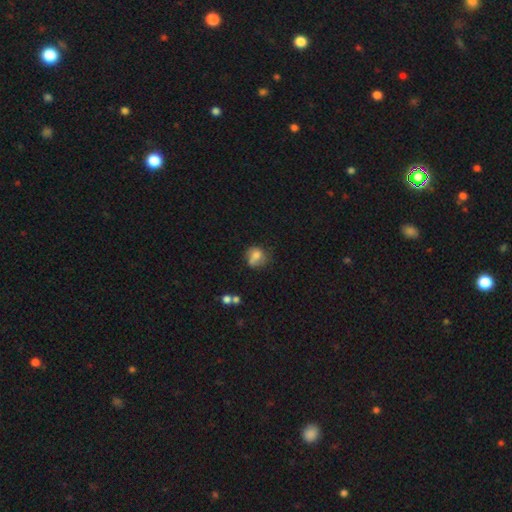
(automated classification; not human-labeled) Smooth or featured? Predicted: smooth (p=0.67). How rounded? Predicted: round (p=0.67). Merging? Predicted: none (p=0.44).